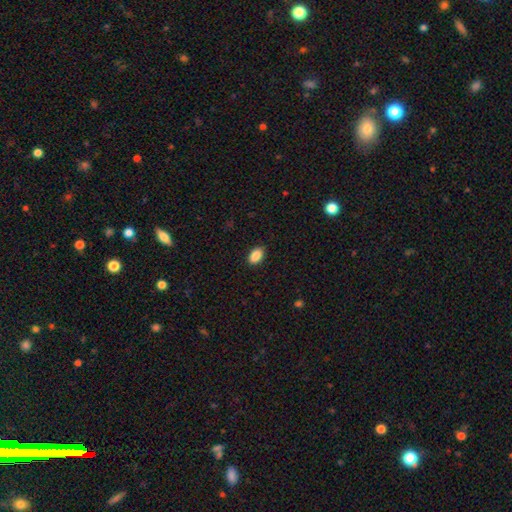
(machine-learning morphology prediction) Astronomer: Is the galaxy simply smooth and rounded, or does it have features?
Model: smooth — 89%.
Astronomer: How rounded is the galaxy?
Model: in between — 90%.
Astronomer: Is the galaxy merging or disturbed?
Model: none — 88%.